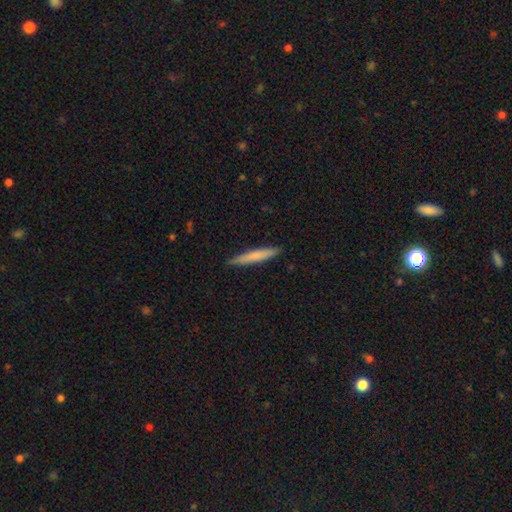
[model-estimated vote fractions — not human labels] Q: Smooth or featured?
A: smooth (72%); runner-up: featured or disk (23%)
Q: How rounded?
A: cigar-shaped (95%); runner-up: in between (4%)
Q: Merging?
A: none (89%); runner-up: minor disturbance (8%)